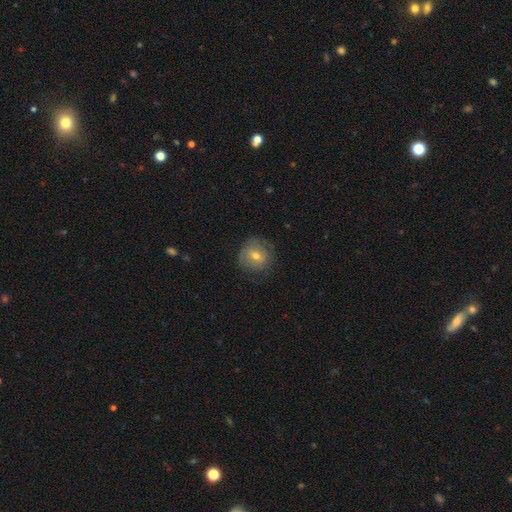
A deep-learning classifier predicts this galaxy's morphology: Q: Smooth or featured?
A: smooth (56%); runner-up: featured or disk (37%)
Q: How rounded?
A: round (86%); runner-up: in between (13%)
Q: Merging?
A: none (72%); runner-up: minor disturbance (19%)